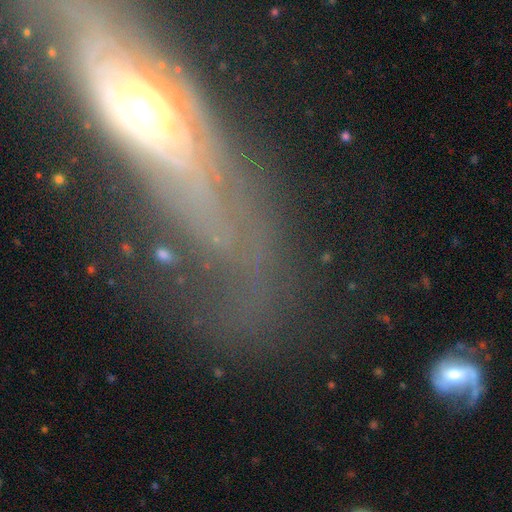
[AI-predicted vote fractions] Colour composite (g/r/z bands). It shows a featured or disk galaxy (56%). Merging: none (51%).